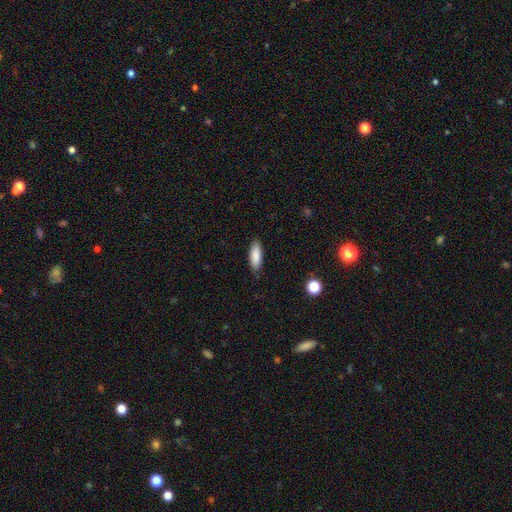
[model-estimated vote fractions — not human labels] A smooth galaxy with no disk features (87%) that is in between round and cigar-shaped (66%). Merging: none (87%).